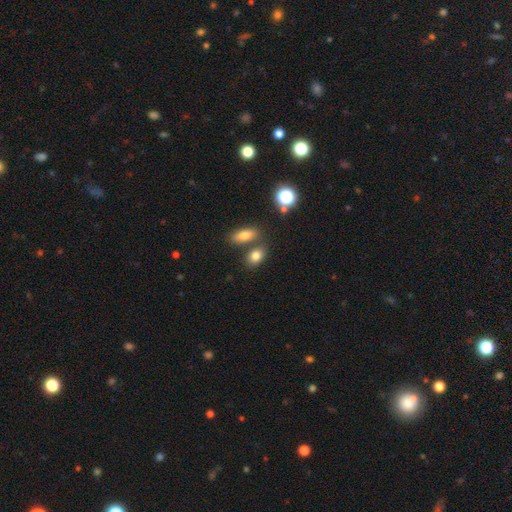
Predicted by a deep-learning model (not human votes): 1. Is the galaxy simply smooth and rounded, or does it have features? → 80% smooth, 12% star or artifact, 8% featured or disk.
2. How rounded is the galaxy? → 76% in between, 20% round, 3% cigar-shaped.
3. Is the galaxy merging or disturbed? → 60% none, 25% merger, 11% minor disturbance, 4% major disturbance.